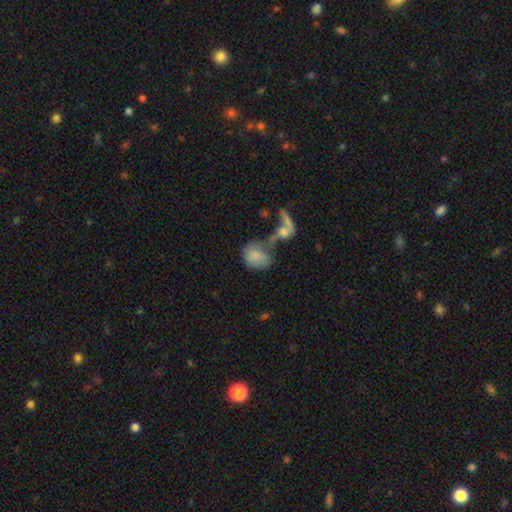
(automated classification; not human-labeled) Smooth or featured: smooth — 70% (featured or disk — 21%)
How rounded: in between — 54% (round — 44%)
Merging: merger — 48% (none — 21%)